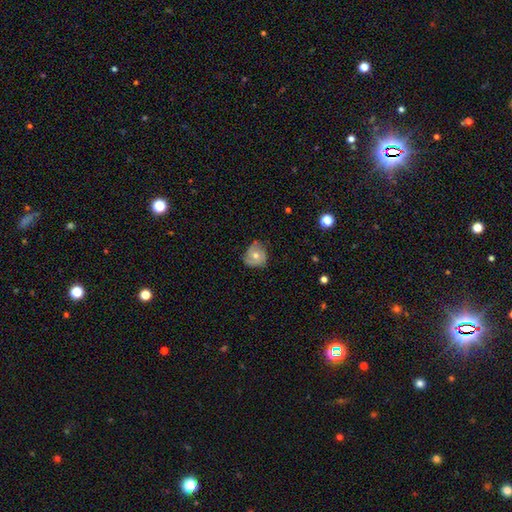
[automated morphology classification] Smooth or featured: smooth — 50% (featured or disk — 41%)
Merging: none — 61% (minor disturbance — 30%)